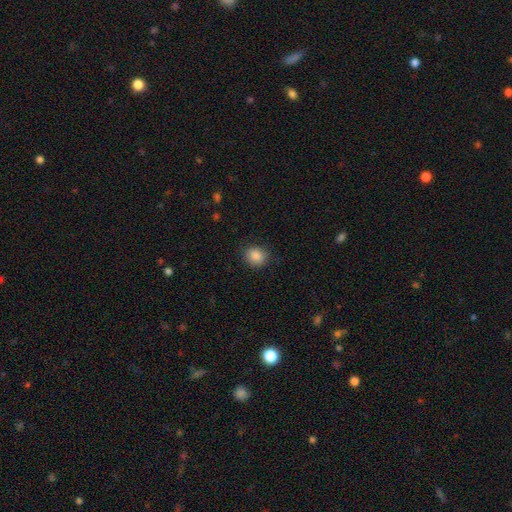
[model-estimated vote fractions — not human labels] Morphology: type=smooth (87%); roundness=round (72%); merging=none (86%).